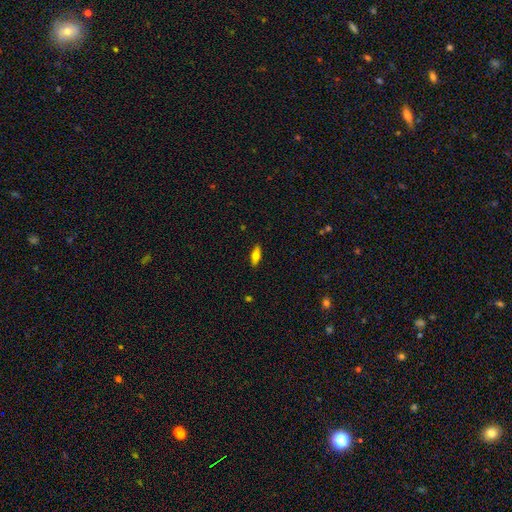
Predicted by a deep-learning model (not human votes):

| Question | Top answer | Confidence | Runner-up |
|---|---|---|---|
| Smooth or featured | smooth | 68% | featured or disk (25%) |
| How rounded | in between | 64% | cigar-shaped (34%) |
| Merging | none | 88% | minor disturbance (9%) |